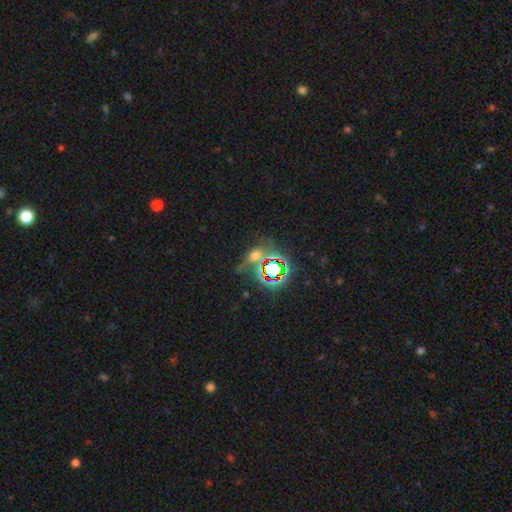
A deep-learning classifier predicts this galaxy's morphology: smooth-or-featured: star or artifact: 51% | smooth: 34% | featured or disk: 16%